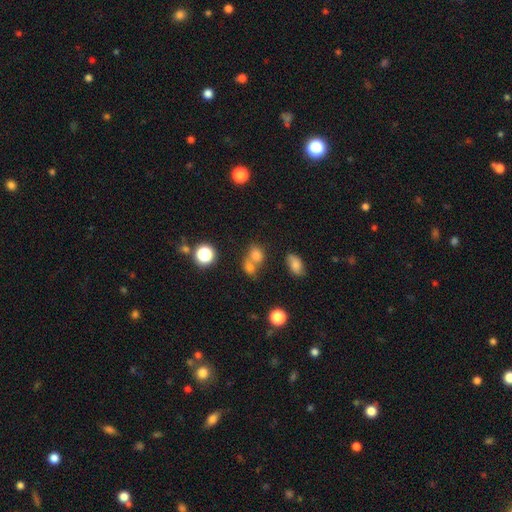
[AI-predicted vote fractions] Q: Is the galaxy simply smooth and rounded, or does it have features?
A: smooth — 72%.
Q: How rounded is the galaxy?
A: round — 51%.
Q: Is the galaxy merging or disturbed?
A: merger — 53%.